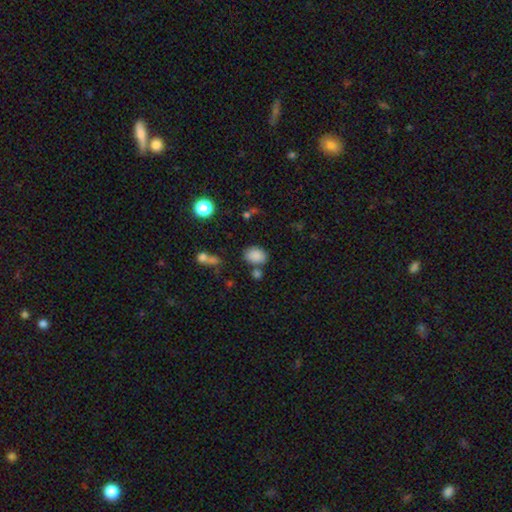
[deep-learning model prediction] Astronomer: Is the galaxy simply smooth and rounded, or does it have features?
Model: smooth — 84%.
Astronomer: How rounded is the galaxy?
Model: in between — 70%.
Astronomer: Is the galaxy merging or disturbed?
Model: none — 67%.